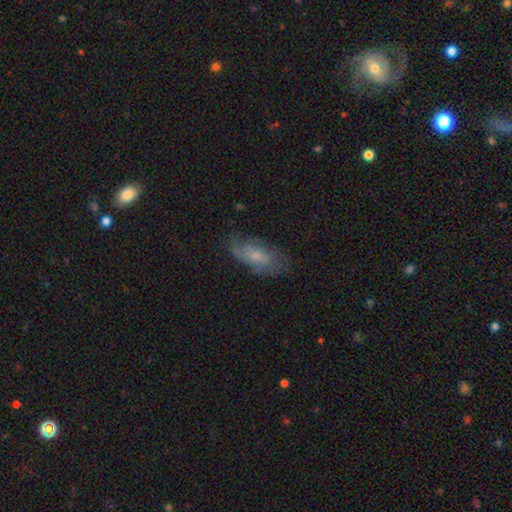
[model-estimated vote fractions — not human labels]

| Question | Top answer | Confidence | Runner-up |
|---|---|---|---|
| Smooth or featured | featured or disk | 47% | smooth (45%) |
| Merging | none | 64% | minor disturbance (25%) |